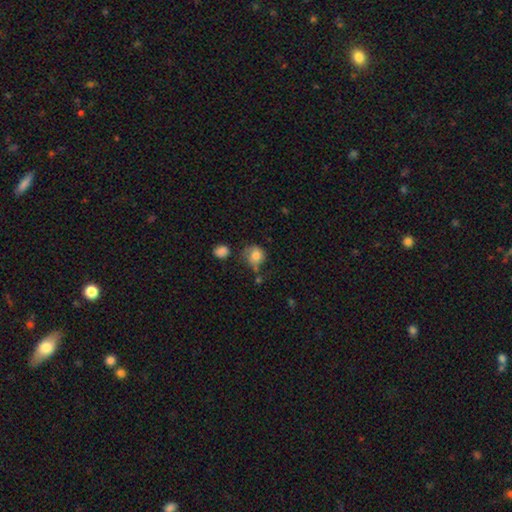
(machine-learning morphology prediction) Smooth or featured? smooth (78%)
How rounded? round (78%)
Merging? none (49%)